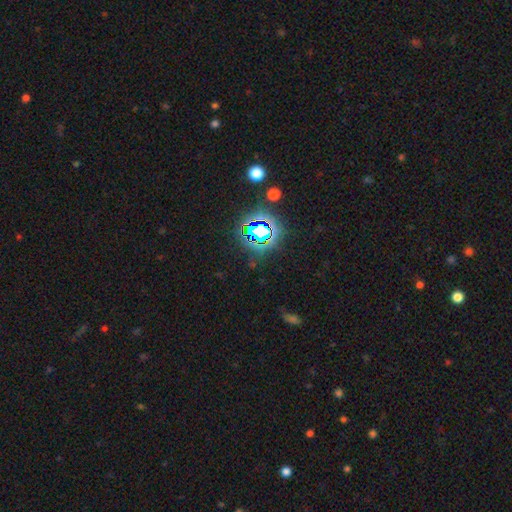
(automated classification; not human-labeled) A star or artifact, not a galaxy (78%).